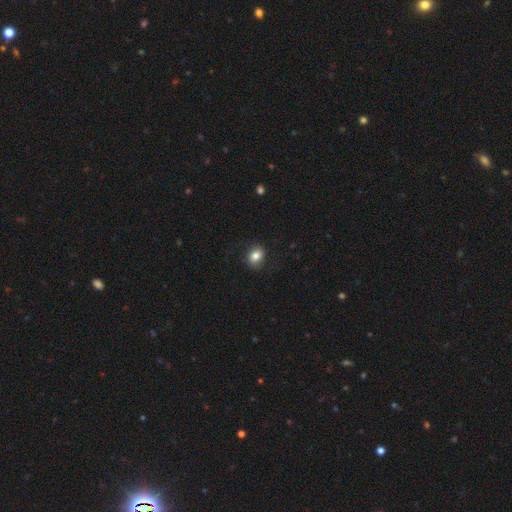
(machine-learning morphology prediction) Smooth or featured: smooth — 83% (star or artifact — 9%)
How rounded: in between — 53% (round — 46%)
Merging: none — 82% (minor disturbance — 13%)